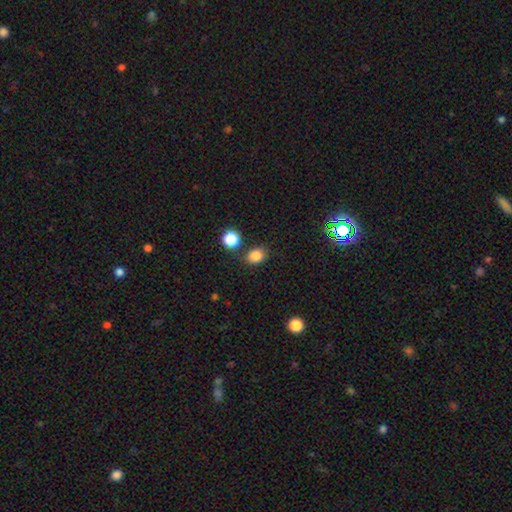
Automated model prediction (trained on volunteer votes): smooth 83%, star or artifact 12%, featured or disk 5%. Down the decision tree: how rounded — round (52%); merging — none (76%).